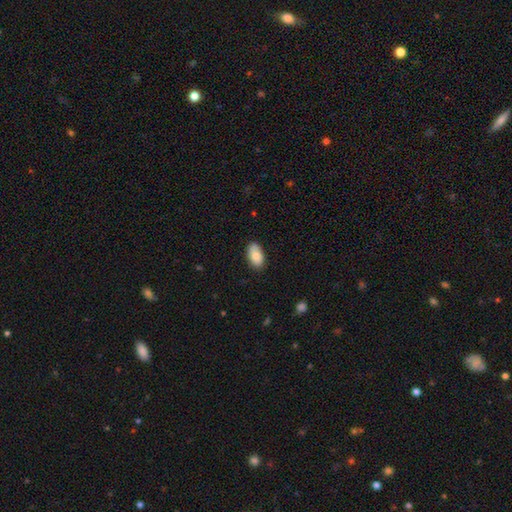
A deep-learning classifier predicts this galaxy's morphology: This appears to be a smooth galaxy with no disk features (84%) that is in between round and cigar-shaped (94%). Merging: none (84%).